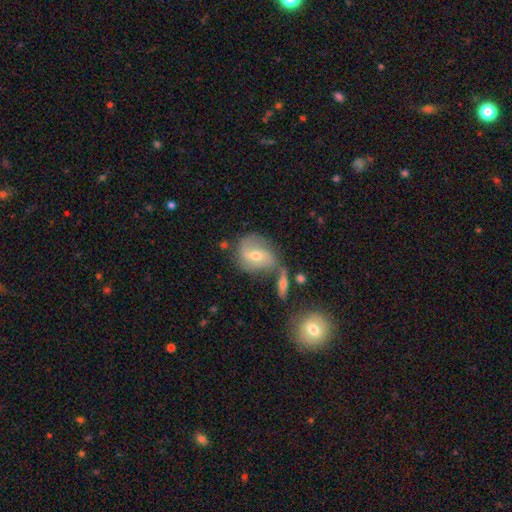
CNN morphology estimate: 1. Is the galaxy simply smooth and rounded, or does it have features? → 57% featured or disk, 34% smooth, 9% star or artifact.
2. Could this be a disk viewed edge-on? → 93% no, 7% yes.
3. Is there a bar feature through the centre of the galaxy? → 42% weak, 36% no, 21% strong.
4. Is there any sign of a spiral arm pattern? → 77% yes, 23% no.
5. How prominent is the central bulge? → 59% moderate, 37% small, 2% large, 1% none, 1% dominant.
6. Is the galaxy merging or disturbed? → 53% none, 20% minor disturbance, 17% merger, 9% major disturbance.